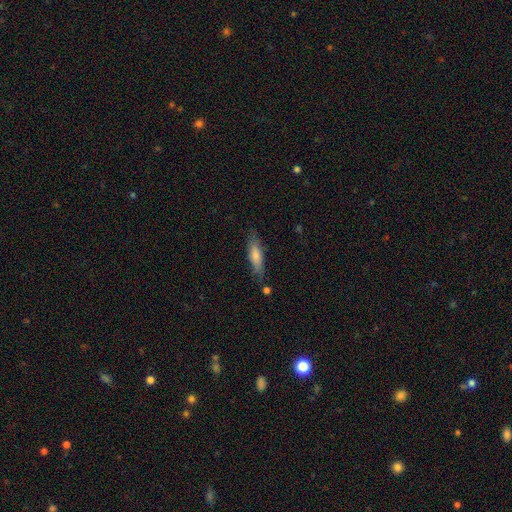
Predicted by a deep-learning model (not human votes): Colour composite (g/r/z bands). It shows a smooth galaxy with no disk features (74%) that is cigar-shaped (61%). Merging: none (74%).